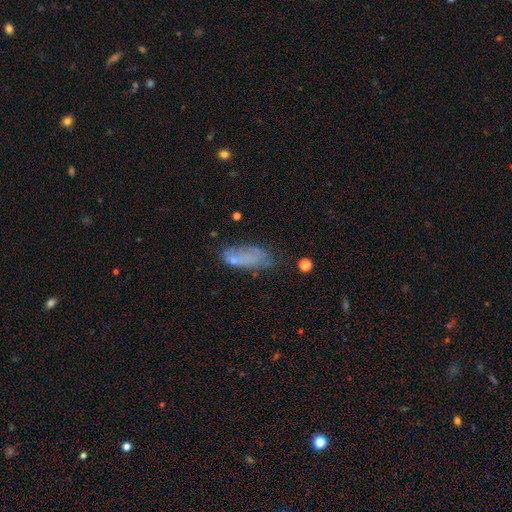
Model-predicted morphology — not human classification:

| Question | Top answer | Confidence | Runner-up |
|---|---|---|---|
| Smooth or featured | smooth | 62% | featured or disk (26%) |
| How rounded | in between | 81% | cigar-shaped (15%) |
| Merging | none | 37% | minor disturbance (28%) |